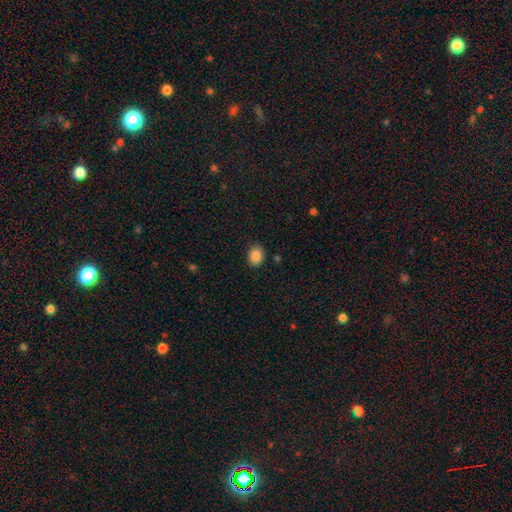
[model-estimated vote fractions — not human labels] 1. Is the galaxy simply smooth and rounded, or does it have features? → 87% smooth, 9% star or artifact, 4% featured or disk.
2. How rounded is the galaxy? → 51% round, 49% in between, 1% cigar-shaped.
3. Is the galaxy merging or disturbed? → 84% none, 12% minor disturbance, 3% major disturbance, 1% merger.